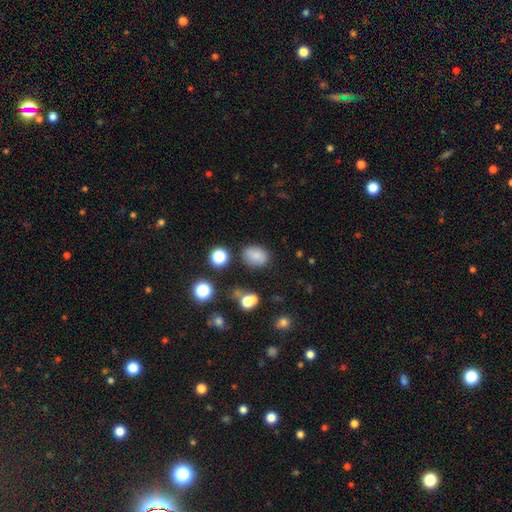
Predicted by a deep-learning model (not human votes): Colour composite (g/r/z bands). It shows a smooth galaxy with no disk features (79%) that is in between round and cigar-shaped (65%). Merging: none (79%).